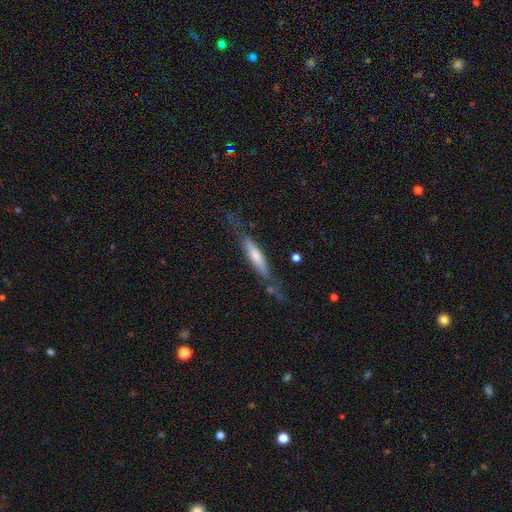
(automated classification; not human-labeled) Overall: smooth (51%; featured or disk 43%). How rounded: cigar-shaped (84%). Merging: none (60%; minor disturbance 24%).